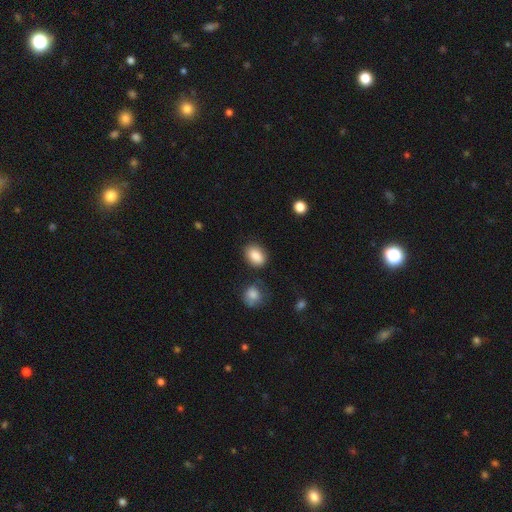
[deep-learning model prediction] The model was most divided on "how rounded": in between: 80%, round: 19%, cigar-shaped: 1%. More confident: smooth or featured — smooth (87%); merging — none (79%).